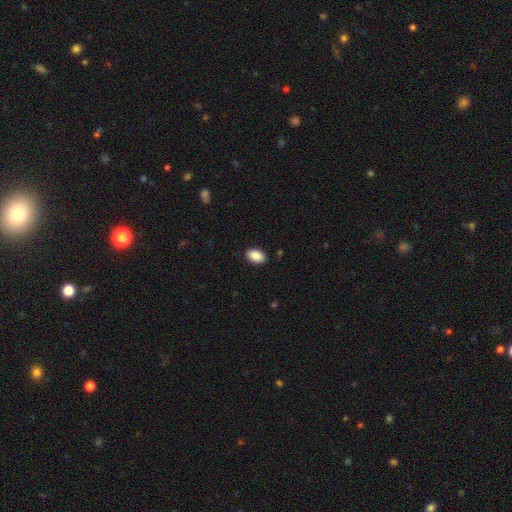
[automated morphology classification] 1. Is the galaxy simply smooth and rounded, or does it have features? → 90% smooth, 7% star or artifact, 3% featured or disk.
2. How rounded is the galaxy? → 91% in between, 8% round, 1% cigar-shaped.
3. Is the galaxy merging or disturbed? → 89% none, 8% minor disturbance, 2% major disturbance, 1% merger.